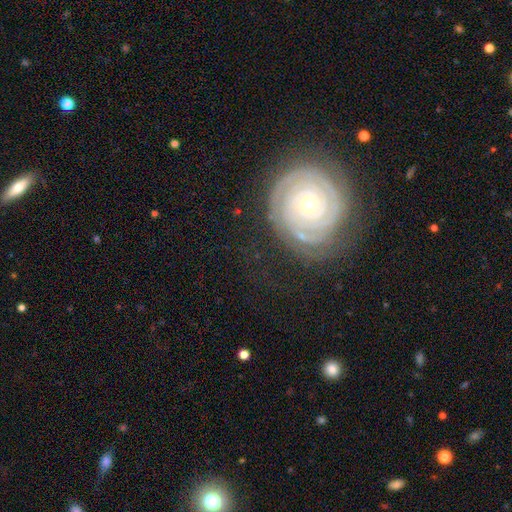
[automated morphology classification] Smooth or featured? Predicted: featured or disk (p=0.78). Edge-on disk? Predicted: no (p=0.97). Bar? Predicted: no (p=0.78). Spiral arms? Predicted: yes (p=0.95). Spiral winding? Predicted: tight (p=0.85). Spiral arm count? Predicted: 2 (p=0.35). Bulge size? Predicted: small (p=0.64). Merging? Predicted: none (p=0.78).